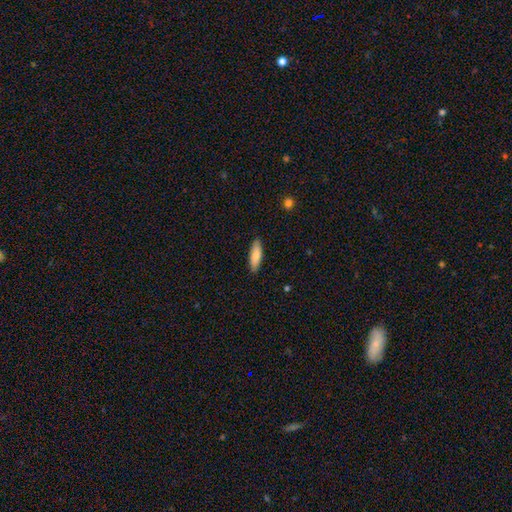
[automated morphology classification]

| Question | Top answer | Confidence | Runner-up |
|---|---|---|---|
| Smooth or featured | smooth | 83% | featured or disk (11%) |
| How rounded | in between | 50% | cigar-shaped (48%) |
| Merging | none | 88% | minor disturbance (9%) |